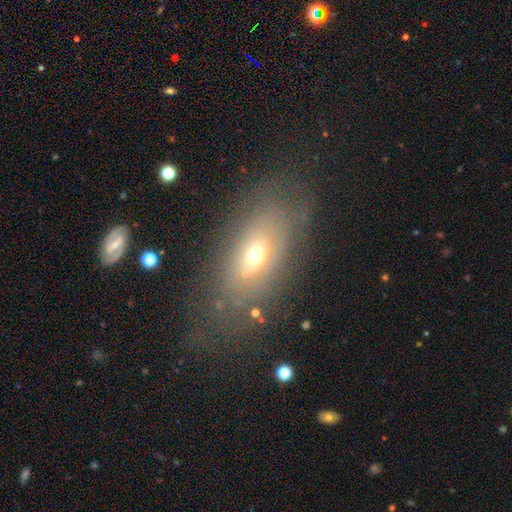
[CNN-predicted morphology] Smooth or featured?
  - smooth: 53% *
  - featured or disk: 33%
  - star or artifact: 15%
How rounded?
  - in between: 79% *
  - cigar-shaped: 11%
  - round: 10%
Merging?
  - none: 69% *
  - minor disturbance: 17%
  - major disturbance: 11%
  - merger: 3%